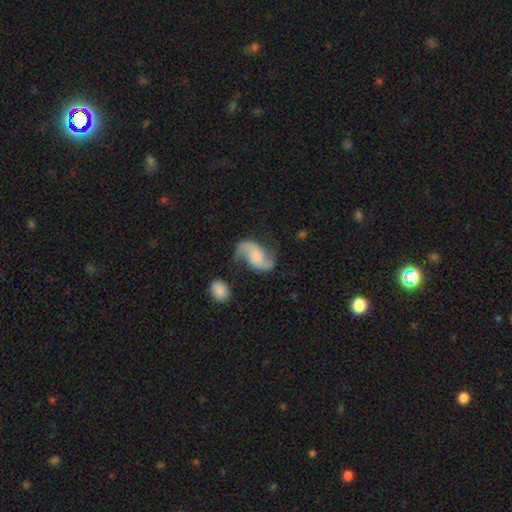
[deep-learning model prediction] Smooth or featured? Predicted: featured or disk (p=0.85). Edge-on disk? Predicted: no (p=0.98). Bar? Predicted: no (p=0.60). Spiral arms? Predicted: yes (p=0.97). Spiral winding? Predicted: loose (p=0.64). Spiral arm count? Predicted: 2 (p=0.93). Bulge size? Predicted: none (p=0.51). Merging? Predicted: none (p=0.68).